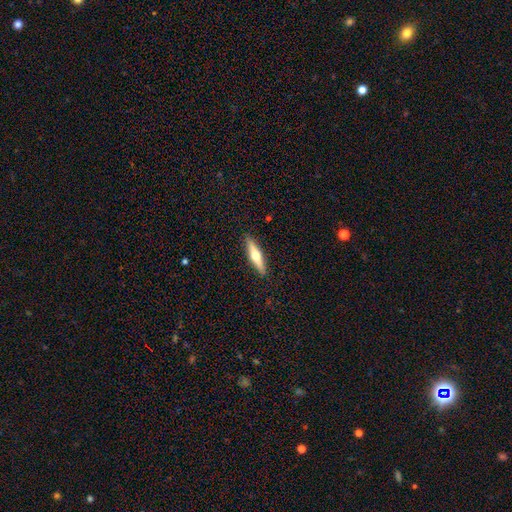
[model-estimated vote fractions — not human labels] Smooth or featured: featured or disk — 56% (smooth — 39%)
Edge-on disk: yes — 95% (no — 5%)
Edge-on bulge: rounded — 94% (none — 4%)
Merging: none — 91% (minor disturbance — 7%)